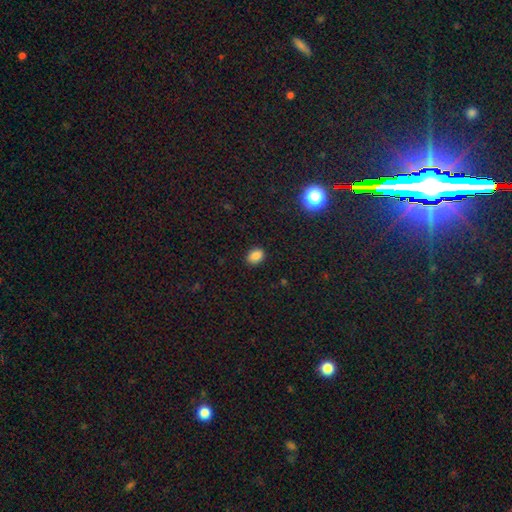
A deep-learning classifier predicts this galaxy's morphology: Smooth or featured? Predicted: smooth (p=0.85). How rounded? Predicted: in between (p=0.63). Merging? Predicted: none (p=0.87).